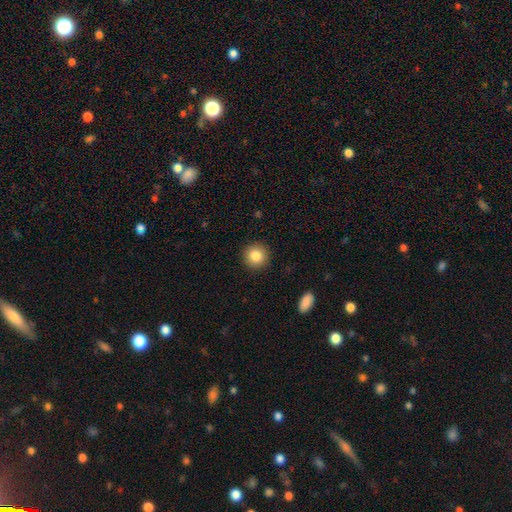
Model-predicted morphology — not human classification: This is clearly a smooth galaxy (84%). How rounded: clearly round (93%). Merging: clearly none (91%).